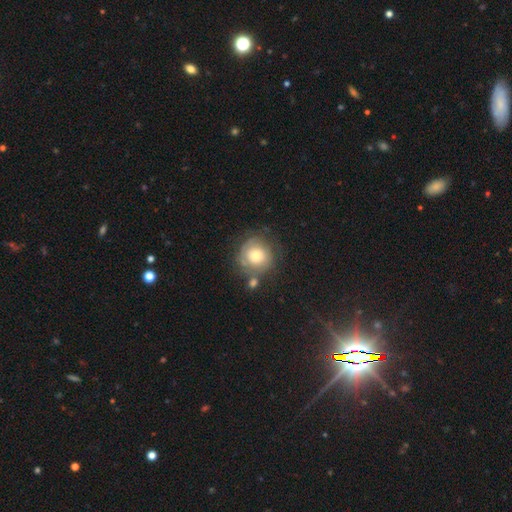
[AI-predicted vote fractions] smooth 48%, featured or disk 43%, star or artifact 8%. Down the decision tree: merging — none (59%).